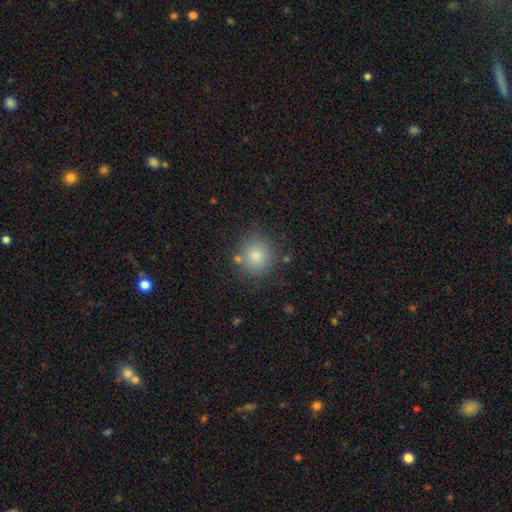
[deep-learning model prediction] smooth_or_featured: smooth (p=0.80) [alt: star or artifact p=0.13]
how_rounded: round (p=0.86) [alt: in between p=0.13]
merging: none (p=0.82) [alt: minor disturbance p=0.10]